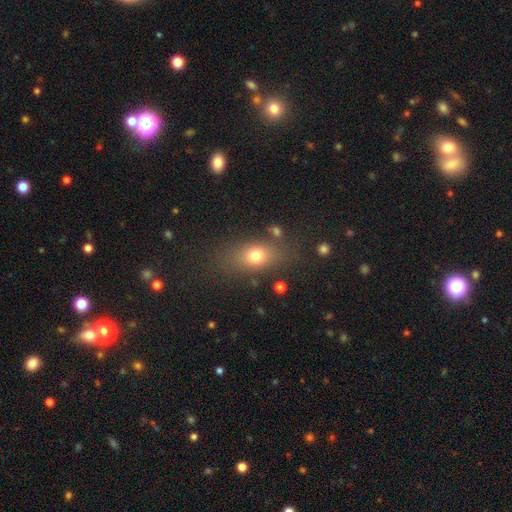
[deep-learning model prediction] This is likely a smooth galaxy (75%). How rounded: likely in between (69%). Merging: likely none (73%).